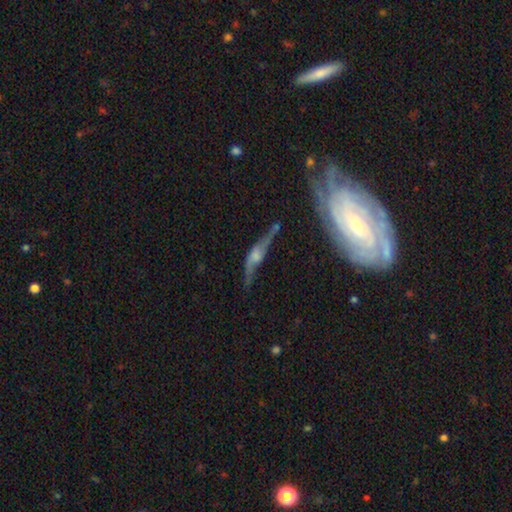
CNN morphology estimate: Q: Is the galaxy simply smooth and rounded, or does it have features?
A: featured or disk — 70%.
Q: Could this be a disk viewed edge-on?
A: yes — 73%.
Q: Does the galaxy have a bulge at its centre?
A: rounded — 71%.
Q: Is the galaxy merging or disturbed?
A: none — 52%.